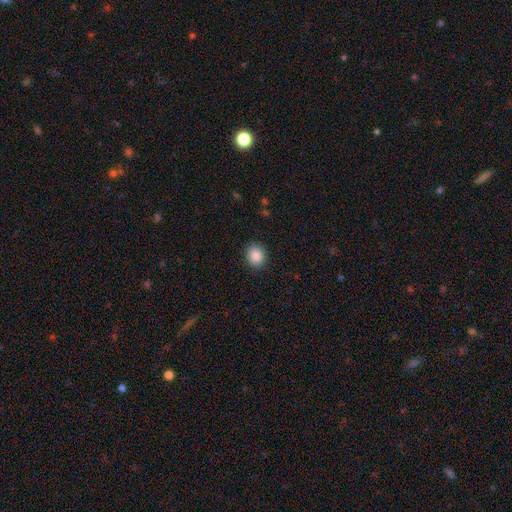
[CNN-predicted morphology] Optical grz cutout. It shows a smooth galaxy with no disk features (87%) that is round (72%). Merging: none (90%).